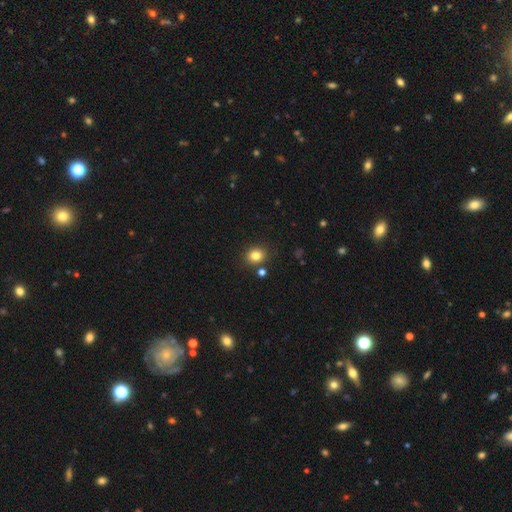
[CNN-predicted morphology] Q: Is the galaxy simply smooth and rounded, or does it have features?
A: smooth — 81%.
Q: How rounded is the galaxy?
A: round — 65%.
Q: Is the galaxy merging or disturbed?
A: none — 84%.